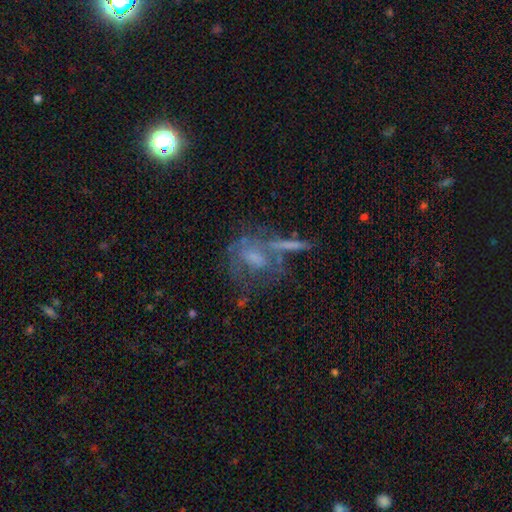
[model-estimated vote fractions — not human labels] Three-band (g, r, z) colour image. It shows a featured or disk galaxy (51%). Merging: none (38%).